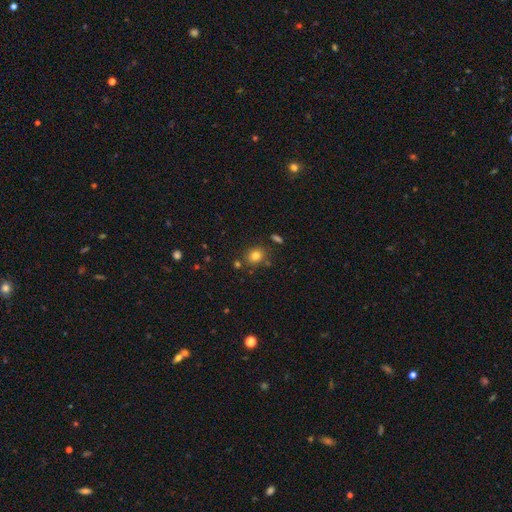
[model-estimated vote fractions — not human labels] A smooth galaxy with no disk features (80%) that is round (67%). Merging: none (79%).